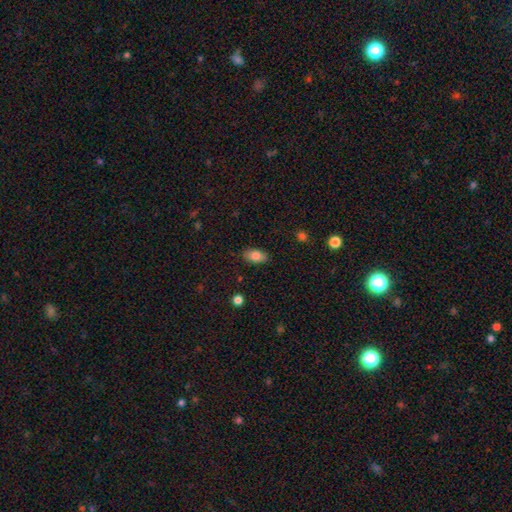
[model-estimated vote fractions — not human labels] Overall: smooth (82%). How rounded: in between (91%). Merging: none (85%).